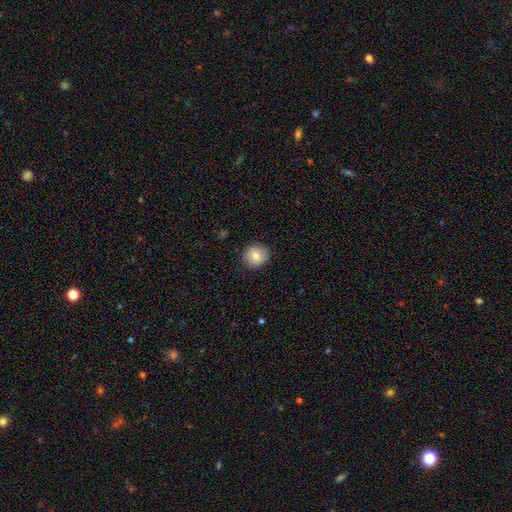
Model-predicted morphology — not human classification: This is likely a smooth galaxy (79%). How rounded: clearly round (85%). Merging: clearly none (88%).